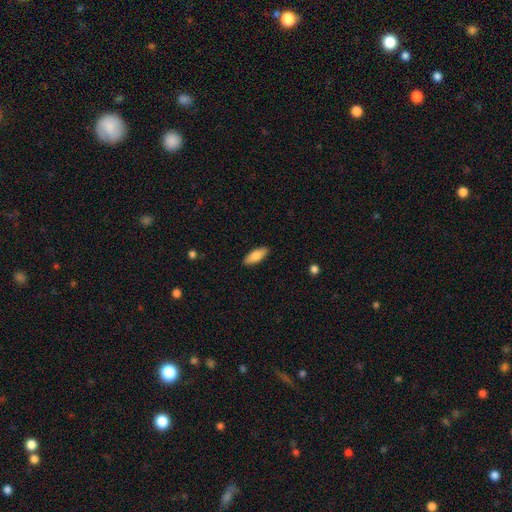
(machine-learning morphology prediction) A smooth galaxy with no disk features (79%) that is in between round and cigar-shaped (74%).

Vote fractions:
- Smooth or featured? smooth: 79% / featured or disk: 15% / star or artifact: 6%
- How rounded? in between: 74% / cigar-shaped: 24% / round: 2%
- Merging? none: 89% / minor disturbance: 8% / major disturbance: 2% / merger: 1%